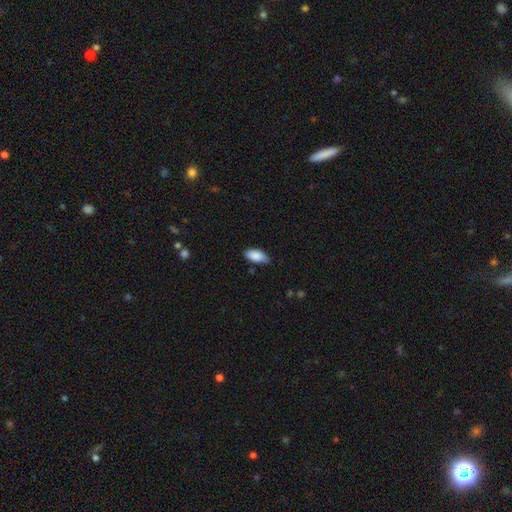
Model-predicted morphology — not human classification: Smooth or featured? Predicted: smooth (p=0.89). How rounded? Predicted: in between (p=0.92). Merging? Predicted: none (p=0.73).